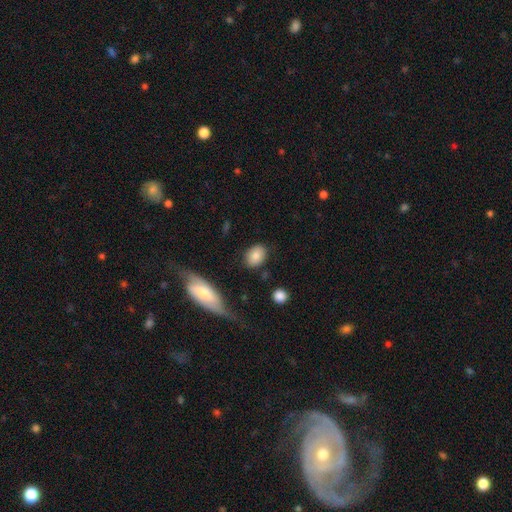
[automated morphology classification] type=smooth (84%); roundness=in between (72%); merging=none (80%).